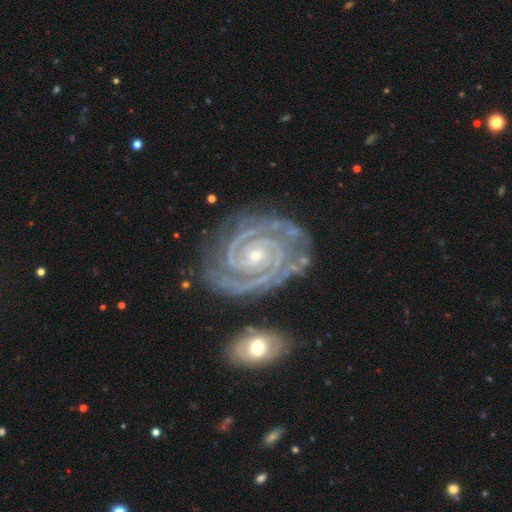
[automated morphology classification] A featured or disk galaxy (94%) with no bar (72%), 2 (66%) tight (84%) spiral arms (99%) and a small central bulge (78%). Merging: none (72%).